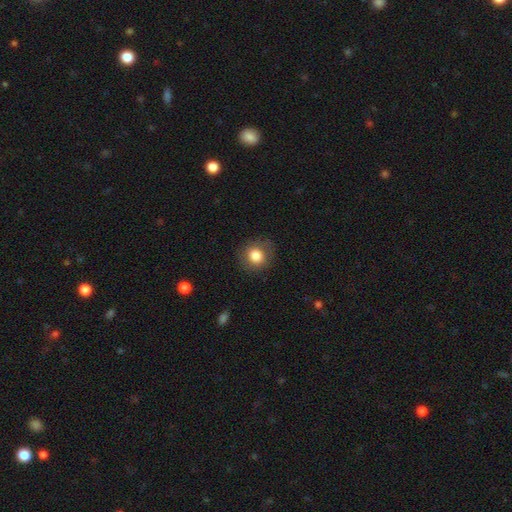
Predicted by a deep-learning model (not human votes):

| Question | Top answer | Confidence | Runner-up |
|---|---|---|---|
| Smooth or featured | smooth | 82% | featured or disk (10%) |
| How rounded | round | 85% | in between (14%) |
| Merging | none | 83% | minor disturbance (12%) |